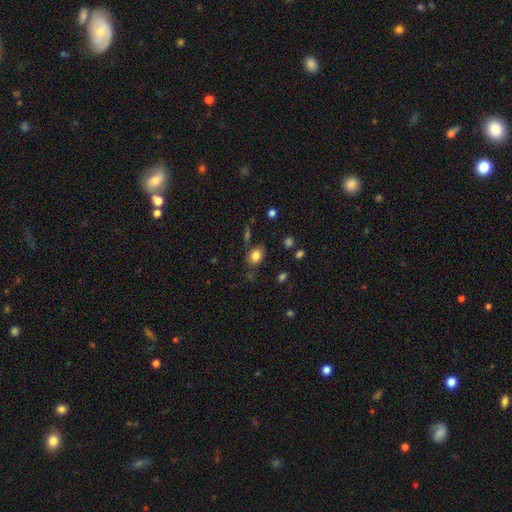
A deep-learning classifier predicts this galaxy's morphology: Overall: smooth (82%). How rounded: in between (66%; round 33%). Merging: none (75%).